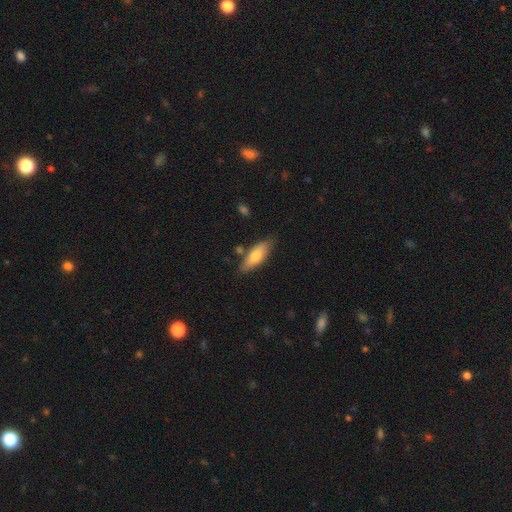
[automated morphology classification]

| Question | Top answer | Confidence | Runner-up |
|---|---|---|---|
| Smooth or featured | smooth | 73% | featured or disk (21%) |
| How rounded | in between | 62% | cigar-shaped (36%) |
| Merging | none | 77% | minor disturbance (16%) |